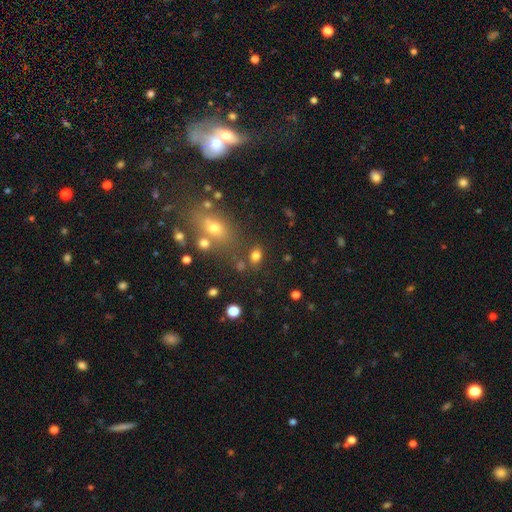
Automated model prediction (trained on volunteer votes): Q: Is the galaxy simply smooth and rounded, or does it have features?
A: smooth — 77%.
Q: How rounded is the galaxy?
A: in between — 72%.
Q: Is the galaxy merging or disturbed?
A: none — 72%.